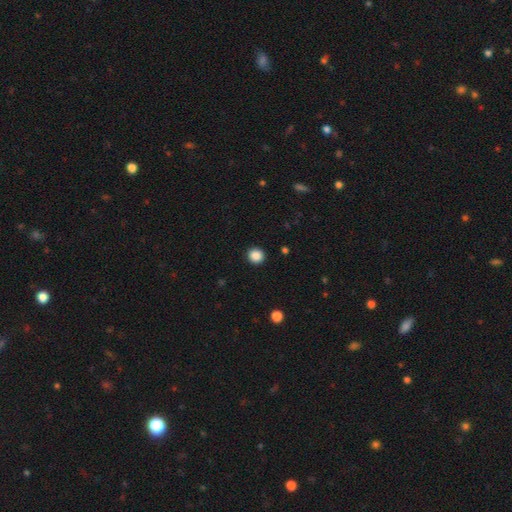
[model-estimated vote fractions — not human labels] A smooth galaxy with no disk features (87%) that is round (93%).

Vote fractions:
- Smooth or featured? smooth: 87% / star or artifact: 10% / featured or disk: 3%
- How rounded? round: 93% / in between: 6% / cigar-shaped: 1%
- Merging? none: 92% / minor disturbance: 5% / major disturbance: 2% / merger: 1%